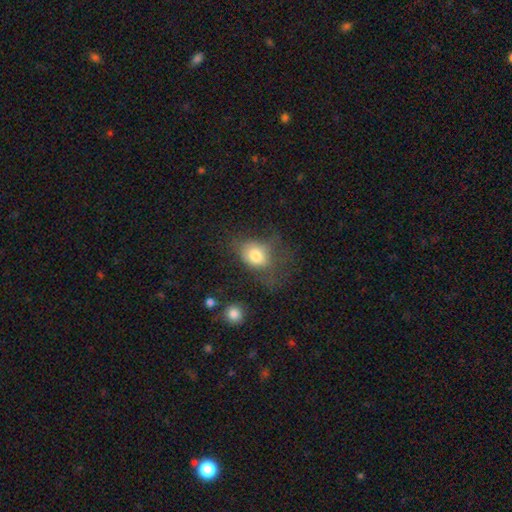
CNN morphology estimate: A smooth galaxy with no disk features (76%) that is in between round and cigar-shaped (59%). Merging: none (38%).